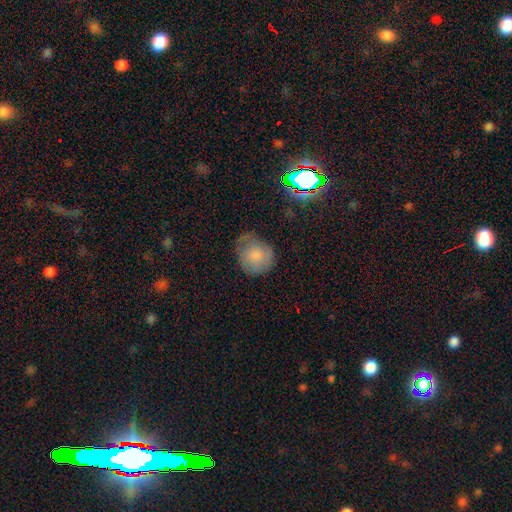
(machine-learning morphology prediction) The model was most divided on "merging": none: 51%, minor disturbance: 33%, major disturbance: 13%, merger: 2%. More confident: how rounded — round (76%); smooth or featured — smooth (76%).